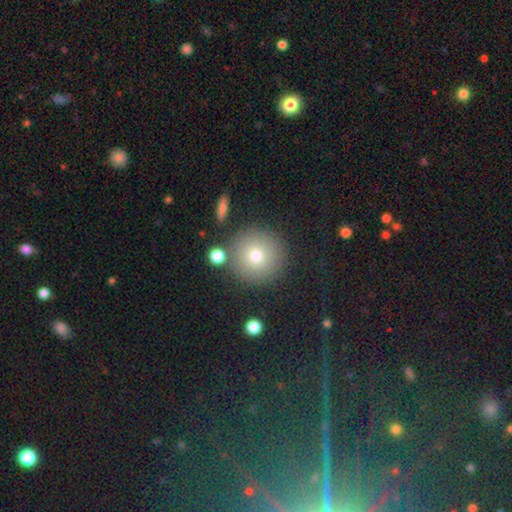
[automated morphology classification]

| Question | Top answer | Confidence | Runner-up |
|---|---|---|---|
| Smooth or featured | smooth | 75% | featured or disk (13%) |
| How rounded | round | 95% | in between (4%) |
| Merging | none | 83% | minor disturbance (8%) |